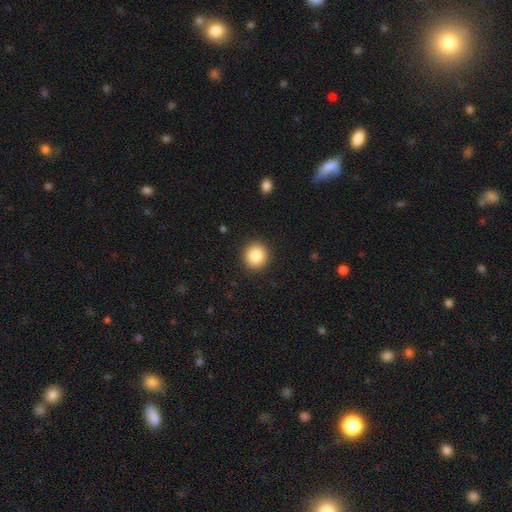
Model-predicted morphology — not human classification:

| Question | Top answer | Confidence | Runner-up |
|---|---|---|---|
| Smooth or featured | smooth | 84% | star or artifact (9%) |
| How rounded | round | 92% | in between (7%) |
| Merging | none | 92% | minor disturbance (5%) |